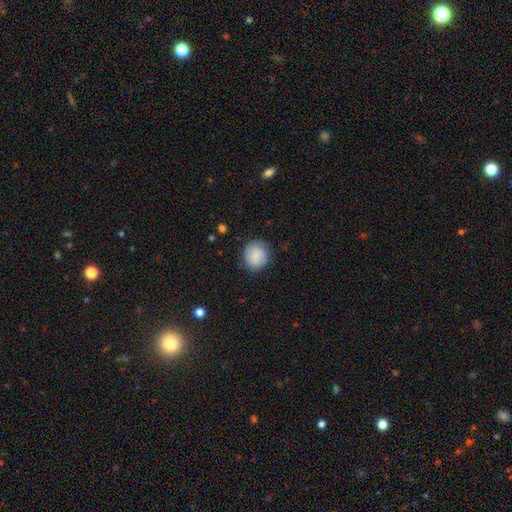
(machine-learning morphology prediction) This is clearly a smooth galaxy (84%). How rounded: clearly round (84%). Merging: clearly none (82%).